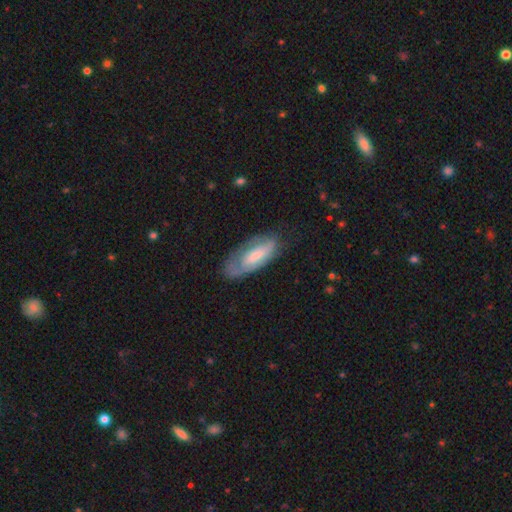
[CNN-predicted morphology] This is possibly a featured or disk galaxy (48%). Merging: possibly none (59%).